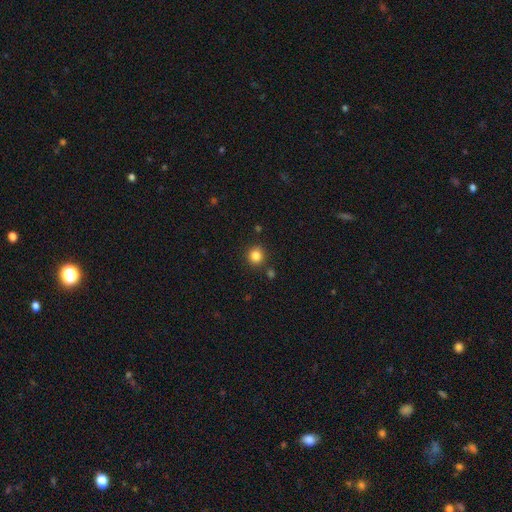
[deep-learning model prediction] smooth_or_featured: smooth (p=0.84) [alt: star or artifact p=0.12]
how_rounded: round (p=0.89) [alt: in between p=0.10]
merging: none (p=0.86) [alt: minor disturbance p=0.08]